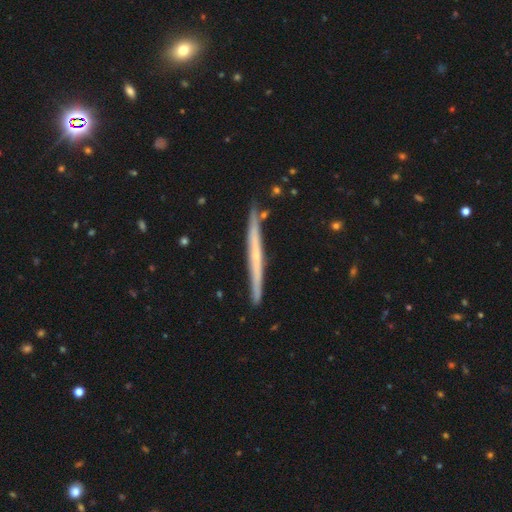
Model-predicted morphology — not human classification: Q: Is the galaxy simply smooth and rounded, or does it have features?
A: featured or disk — 64%.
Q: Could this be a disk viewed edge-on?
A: yes — 97%.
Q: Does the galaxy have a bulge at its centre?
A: none — 67%.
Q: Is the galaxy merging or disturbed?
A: none — 88%.